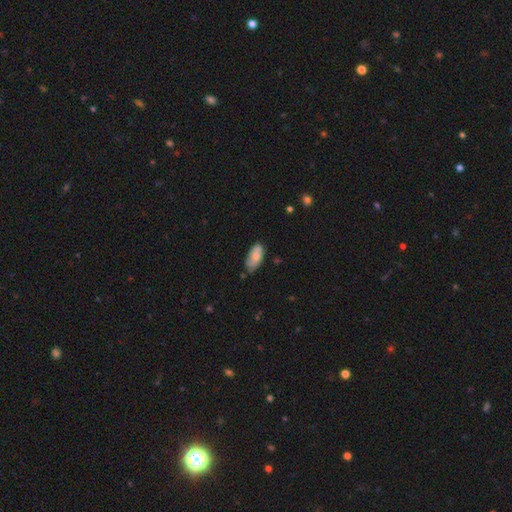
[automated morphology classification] A smooth galaxy with no disk features (72%) that is in between round and cigar-shaped (89%).

Vote fractions:
- Smooth or featured? smooth: 72% / featured or disk: 21% / star or artifact: 7%
- How rounded? in between: 89% / cigar-shaped: 9% / round: 2%
- Merging? none: 64% / minor disturbance: 29% / major disturbance: 4% / merger: 3%